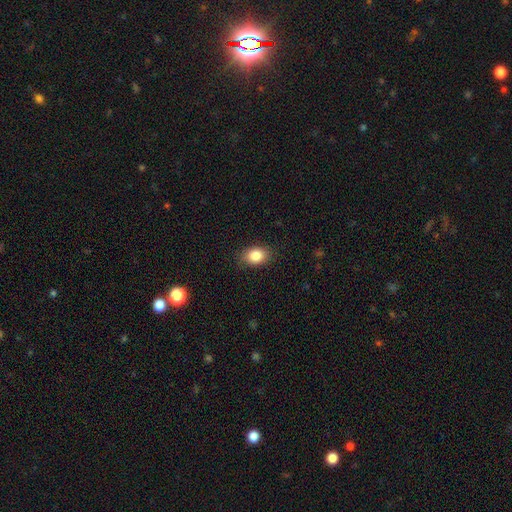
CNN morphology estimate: Smooth or featured: smooth — 84% (star or artifact — 9%)
How rounded: in between — 76% (round — 23%)
Merging: none — 85% (minor disturbance — 11%)